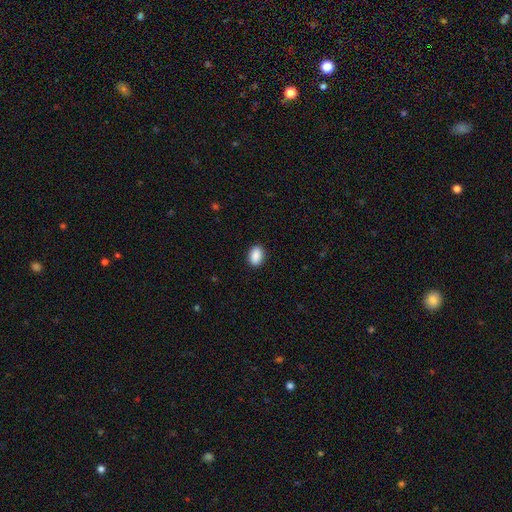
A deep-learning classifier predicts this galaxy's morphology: smooth 90%, star or artifact 7%, featured or disk 3%. Down the decision tree: how rounded — in between (86%); merging — none (90%).